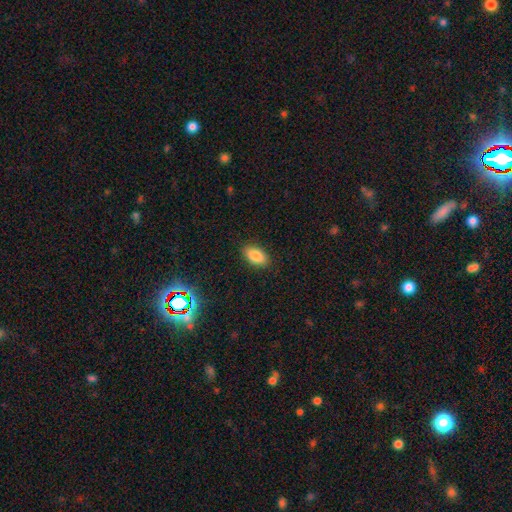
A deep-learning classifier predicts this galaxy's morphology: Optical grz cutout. It shows a smooth galaxy with no disk features (85%) that is in between round and cigar-shaped (92%). Merging: none (88%).